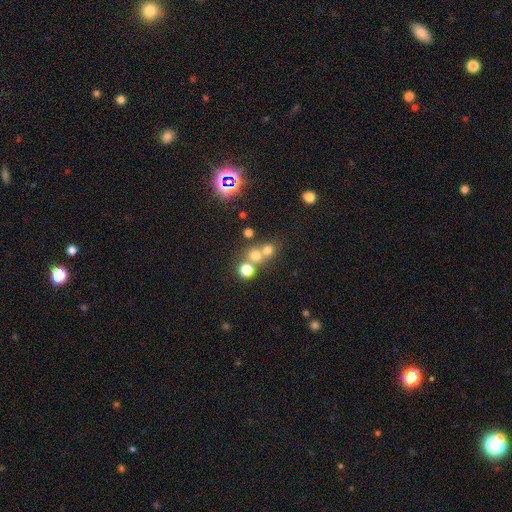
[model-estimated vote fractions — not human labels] smooth_or_featured: smooth (p=0.65) [alt: star or artifact p=0.22]
how_rounded: round (p=0.86) [alt: in between p=0.13]
merging: none (p=0.47) [alt: merger p=0.43]